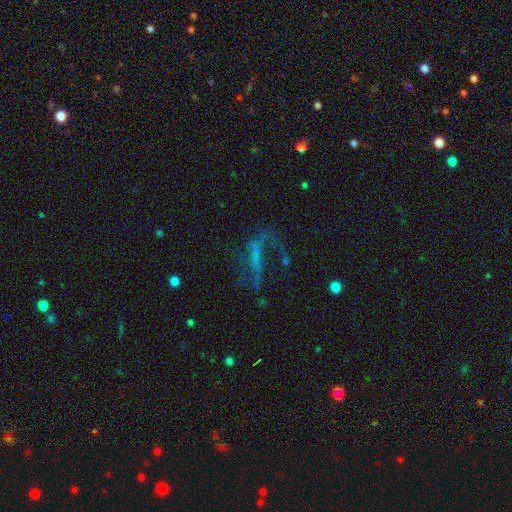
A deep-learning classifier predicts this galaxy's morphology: A featured or disk galaxy (64%) with a strong bar (40%), spiral arms (65%) and no central bulge (62%). Merging: none (46%).